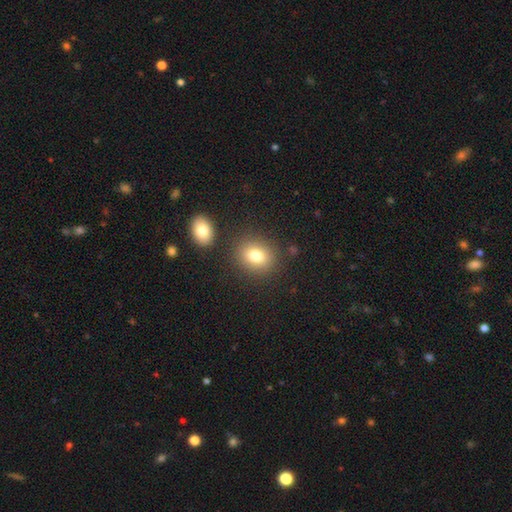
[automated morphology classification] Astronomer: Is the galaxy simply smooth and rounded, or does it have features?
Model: smooth — 80%.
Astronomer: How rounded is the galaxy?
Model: round — 57% (runner-up: in between, 42%).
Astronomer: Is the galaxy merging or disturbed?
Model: none — 81%.